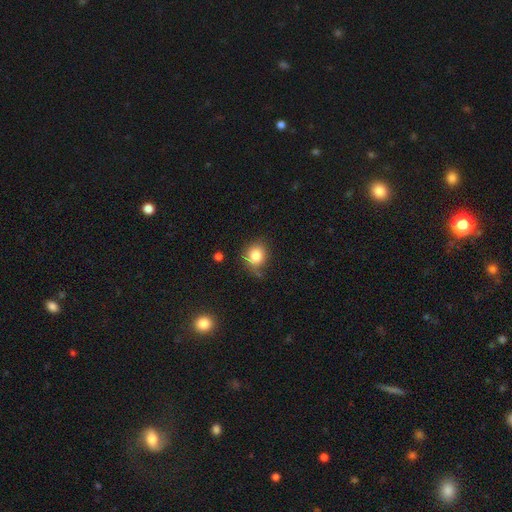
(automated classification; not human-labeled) Morphology: type=smooth (82%); roundness=round (74%); merging=none (70%).